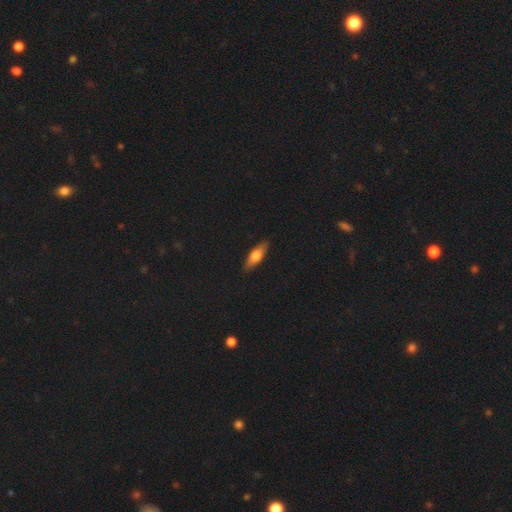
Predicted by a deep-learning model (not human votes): Morphology: type=smooth (59%); roundness=in between (54%); merging=none (88%).